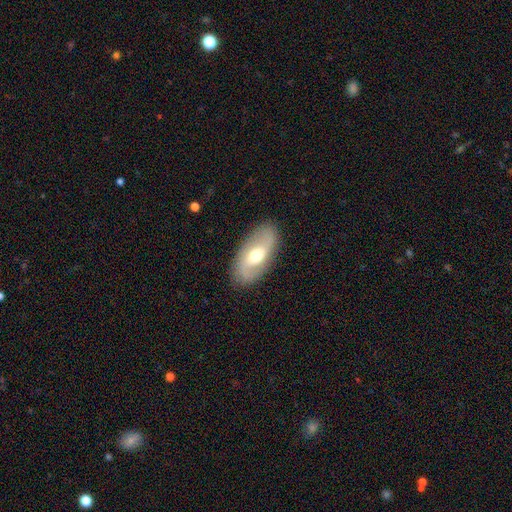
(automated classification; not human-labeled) Q: Smooth or featured?
A: featured or disk (63%); runner-up: smooth (32%)
Q: Edge-on disk?
A: no (92%); runner-up: yes (8%)
Q: Bar?
A: weak (43%); runner-up: no (42%)
Q: Spiral arms?
A: yes (79%); runner-up: no (21%)
Q: Bulge size?
A: moderate (71%); runner-up: small (15%)
Q: Merging?
A: none (86%); runner-up: minor disturbance (10%)